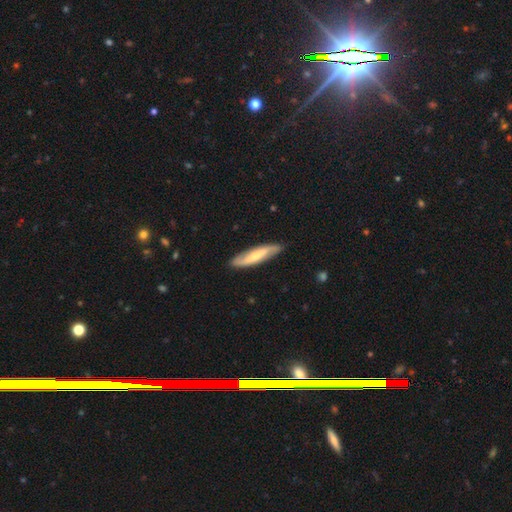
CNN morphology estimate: smooth_or_featured: featured or disk (p=0.59) [alt: smooth p=0.36]
disk_edge_on: no (p=0.65) [alt: yes p=0.35]
merging: none (p=0.84) [alt: minor disturbance p=0.12]